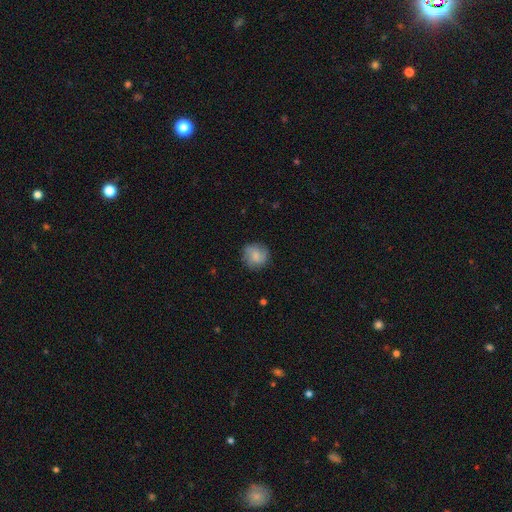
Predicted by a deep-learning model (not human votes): Smooth or featured? Predicted: smooth (p=0.73). How rounded? Predicted: round (p=0.86). Merging? Predicted: none (p=0.78).